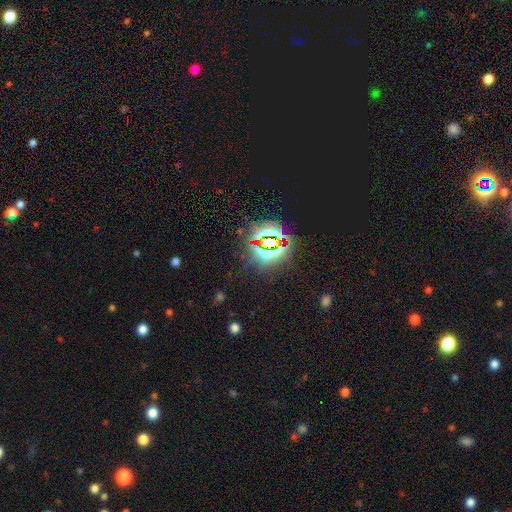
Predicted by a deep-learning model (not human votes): A star or artifact, not a galaxy (82%).

Vote fractions:
- Smooth or featured? star or artifact: 82% / smooth: 12% / featured or disk: 7%